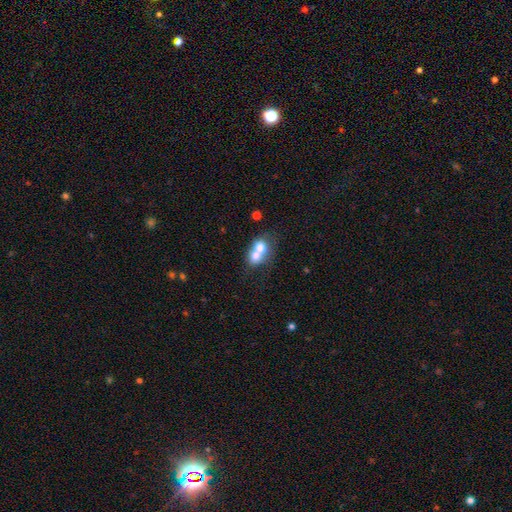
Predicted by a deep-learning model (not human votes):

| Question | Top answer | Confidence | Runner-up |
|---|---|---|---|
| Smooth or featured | smooth | 67% | featured or disk (24%) |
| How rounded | round | 59% | in between (40%) |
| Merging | merger | 72% | none (20%) |